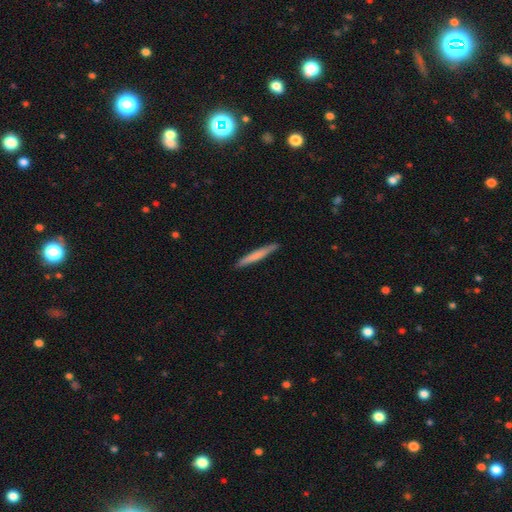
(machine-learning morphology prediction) Smooth or featured?
  - smooth: 67% *
  - featured or disk: 28%
  - star or artifact: 5%
How rounded?
  - cigar-shaped: 97% *
  - in between: 2%
  - round: 1%
Merging?
  - none: 90% *
  - minor disturbance: 7%
  - major disturbance: 1%
  - merger: 1%